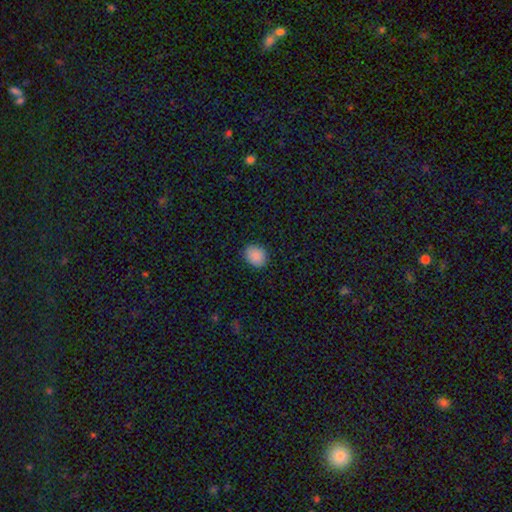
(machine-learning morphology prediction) smooth-or-featured: smooth: 89% | star or artifact: 8% | featured or disk: 3%
  how-rounded: round: 52% | in between: 47% | cigar-shaped: 1%
  merging: none: 89% | minor disturbance: 8% | major disturbance: 2% | merger: 1%